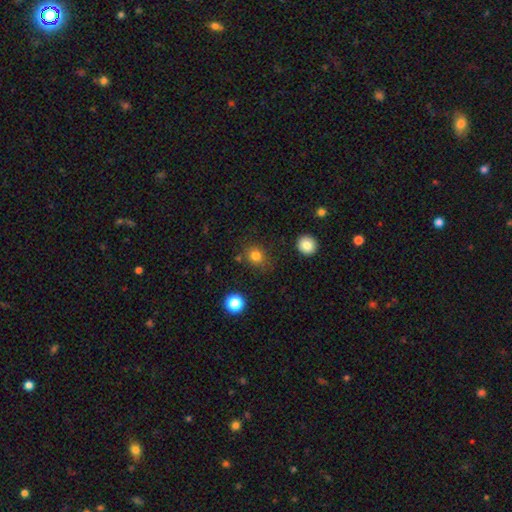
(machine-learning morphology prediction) smooth-or-featured: smooth: 80% | star or artifact: 14% | featured or disk: 6%
  how-rounded: round: 77% | in between: 22% | cigar-shaped: 1%
  merging: none: 77% | minor disturbance: 14% | major disturbance: 5% | merger: 4%